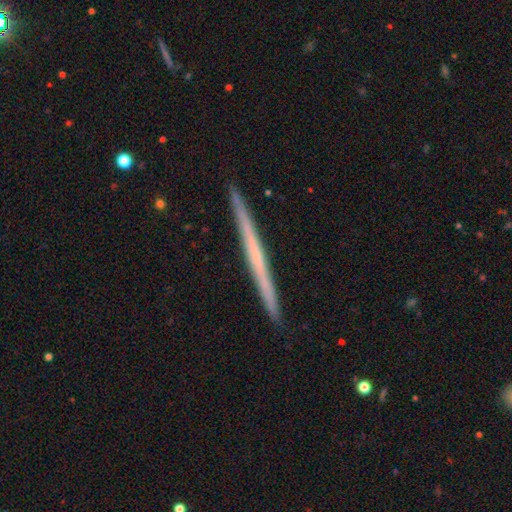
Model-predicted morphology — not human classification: Smooth or featured: featured or disk — 58% (smooth — 37%)
Edge-on disk: yes — 98% (no — 2%)
Edge-on bulge: none — 89% (rounded — 8%)
Merging: none — 93% (minor disturbance — 5%)